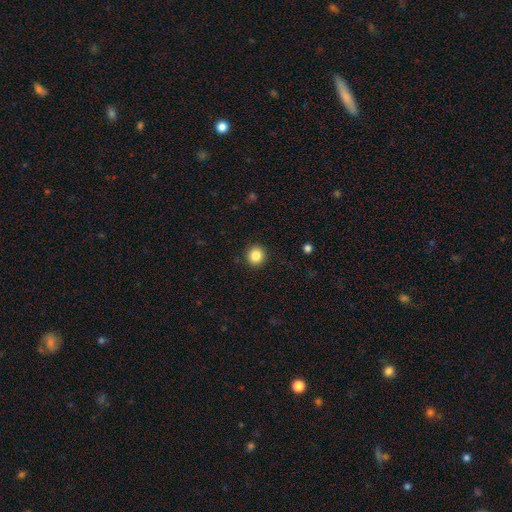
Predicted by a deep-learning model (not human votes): This is clearly a smooth galaxy (85%). How rounded: clearly round (93%). Merging: clearly none (92%).